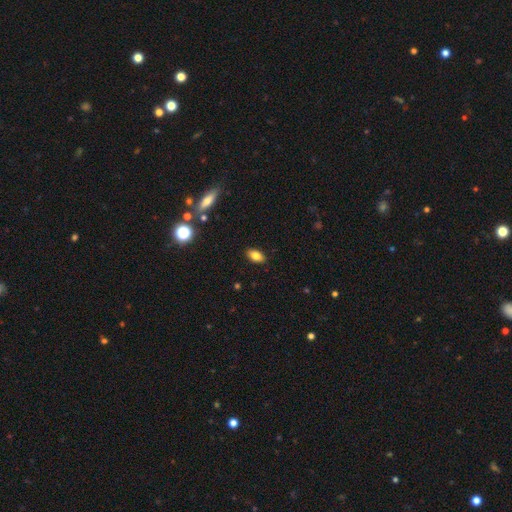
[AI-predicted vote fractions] Smooth or featured?
  - smooth: 82% *
  - star or artifact: 9%
  - featured or disk: 9%
How rounded?
  - in between: 90% *
  - round: 7%
  - cigar-shaped: 3%
Merging?
  - none: 89% *
  - minor disturbance: 8%
  - major disturbance: 2%
  - merger: 1%